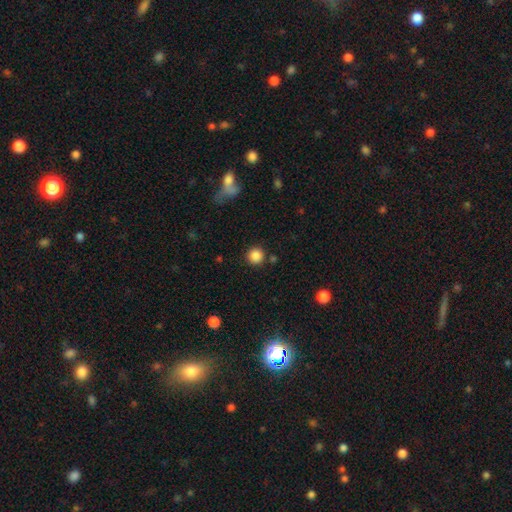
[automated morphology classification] Smooth or featured? Predicted: smooth (p=0.86). How rounded? Predicted: round (p=0.95). Merging? Predicted: none (p=0.87).